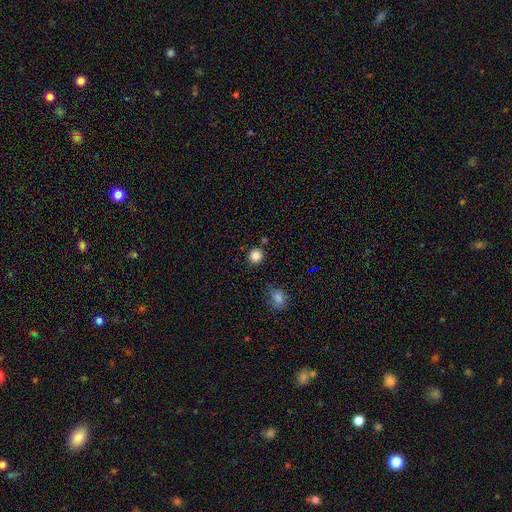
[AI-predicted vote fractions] Smooth or featured? Predicted: smooth (p=0.85). How rounded? Predicted: round (p=0.91). Merging? Predicted: none (p=0.84).